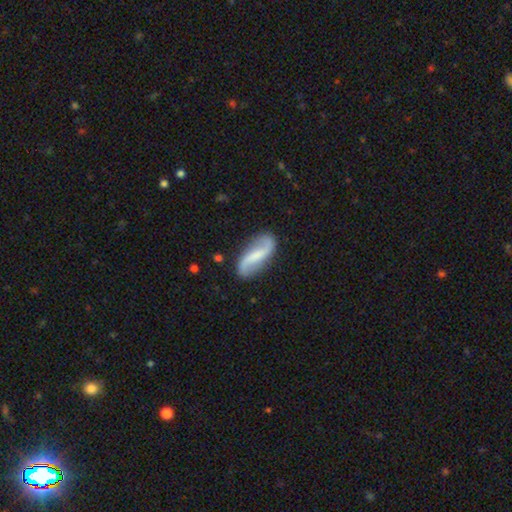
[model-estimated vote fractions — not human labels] The model was most divided on "bulge size": none: 37%, small: 36%, moderate: 21%, large: 4%, dominant: 2%. Remaining: edge-on disk — no (95%); spiral arms — yes (94%); spiral arm count — 2 (93%); merging — none (82%); spiral winding — loose (80%); smooth or featured — featured or disk (77%); bar — weak (39%).